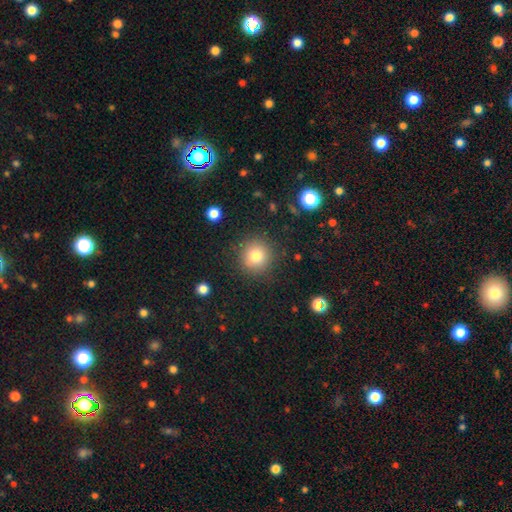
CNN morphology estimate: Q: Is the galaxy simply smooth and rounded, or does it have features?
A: smooth — 78%.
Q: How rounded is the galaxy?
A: round — 93%.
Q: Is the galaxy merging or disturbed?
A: none — 87%.